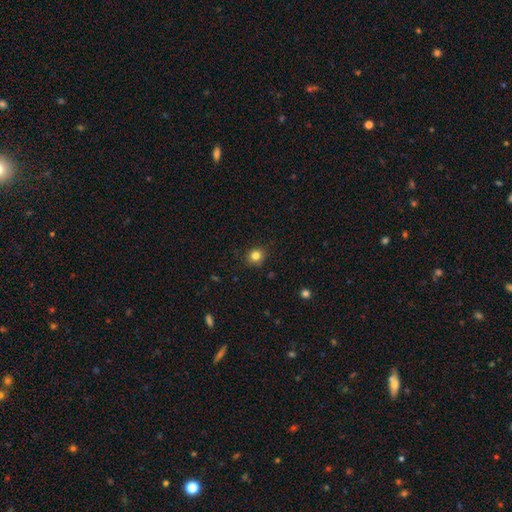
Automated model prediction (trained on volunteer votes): Smooth or featured?
  - smooth: 82% *
  - star or artifact: 12%
  - featured or disk: 6%
How rounded?
  - round: 86% *
  - in between: 14%
  - cigar-shaped: 1%
Merging?
  - none: 87% *
  - minor disturbance: 9%
  - major disturbance: 2%
  - merger: 1%